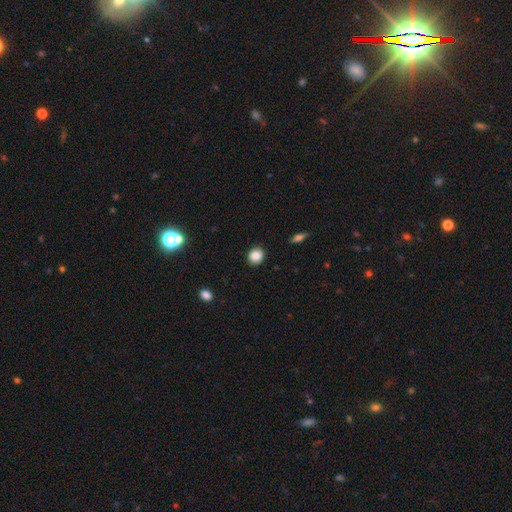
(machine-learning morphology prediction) Smooth or featured: smooth — 87% (star or artifact — 9%)
How rounded: round — 80% (in between — 19%)
Merging: none — 89% (minor disturbance — 7%)